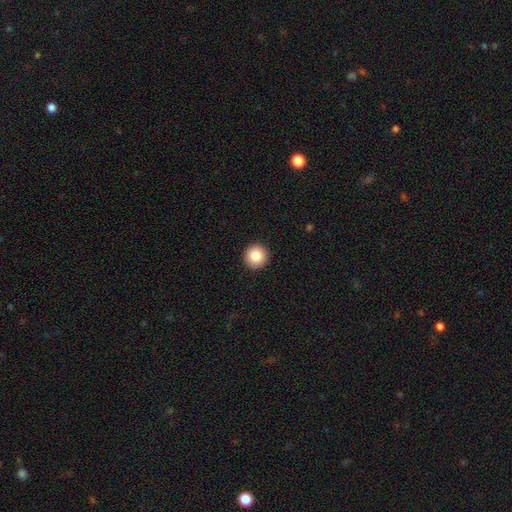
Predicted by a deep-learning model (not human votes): Overall: smooth (86%). How rounded: round (96%). Merging: none (93%).